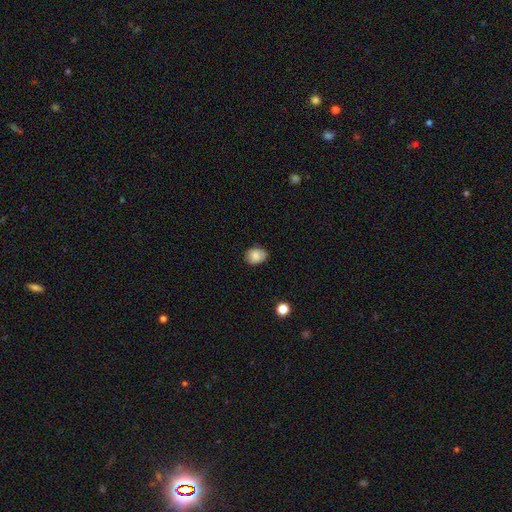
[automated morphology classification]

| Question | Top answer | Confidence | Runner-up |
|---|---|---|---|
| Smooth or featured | smooth | 84% | star or artifact (8%) |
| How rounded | in between | 59% | round (40%) |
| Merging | none | 80% | minor disturbance (16%) |